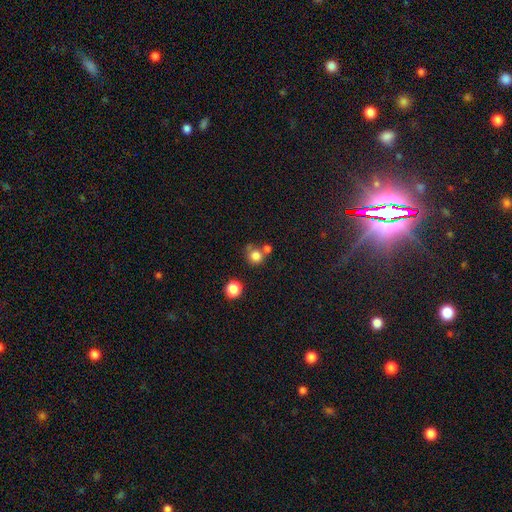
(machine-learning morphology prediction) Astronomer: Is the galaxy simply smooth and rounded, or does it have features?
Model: smooth — 80%.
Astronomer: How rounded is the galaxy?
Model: round — 88%.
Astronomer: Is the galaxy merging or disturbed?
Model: none — 56%.